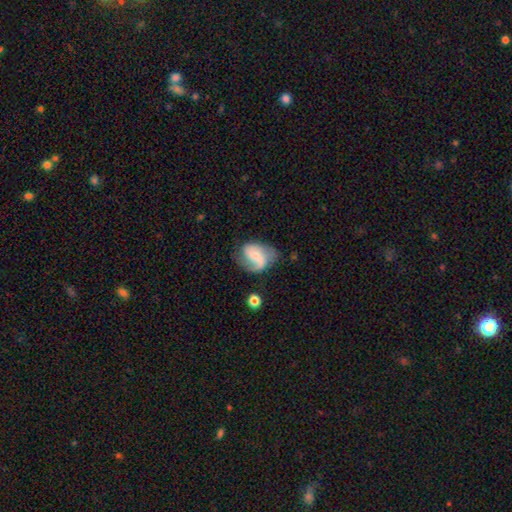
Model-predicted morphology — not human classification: The model was most divided on "bar": no: 42%, weak: 40%, strong: 18%. Remaining: edge-on disk — no (97%); spiral arms — yes (89%); spiral arm count — 2 (67%); smooth or featured — featured or disk (66%); bulge size — small (57%); merging — none (52%); spiral winding — loose (45%).